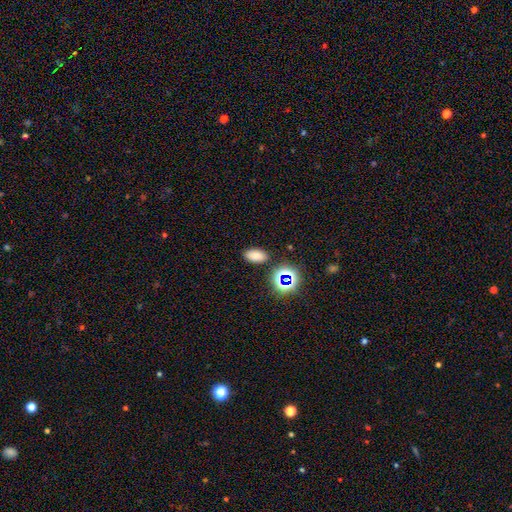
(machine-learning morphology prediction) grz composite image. It shows a smooth galaxy with no disk features (76%) that is in between round and cigar-shaped (89%). Merging: none (86%).